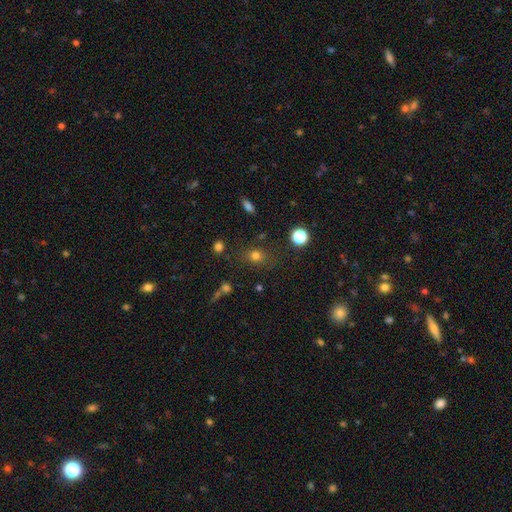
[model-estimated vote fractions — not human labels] This is likely a smooth galaxy (74%). How rounded: possibly round (59%). Merging: likely none (76%).